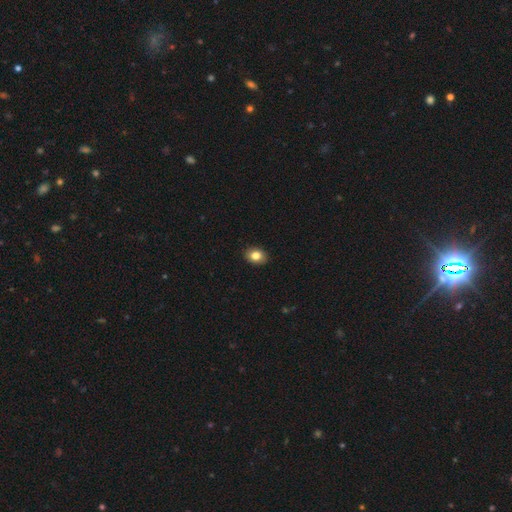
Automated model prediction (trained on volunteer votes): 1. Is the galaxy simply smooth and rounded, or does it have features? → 83% smooth, 9% star or artifact, 8% featured or disk.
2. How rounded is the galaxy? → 63% in between, 36% round, 1% cigar-shaped.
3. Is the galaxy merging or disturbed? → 91% none, 7% minor disturbance, 2% major disturbance, 1% merger.